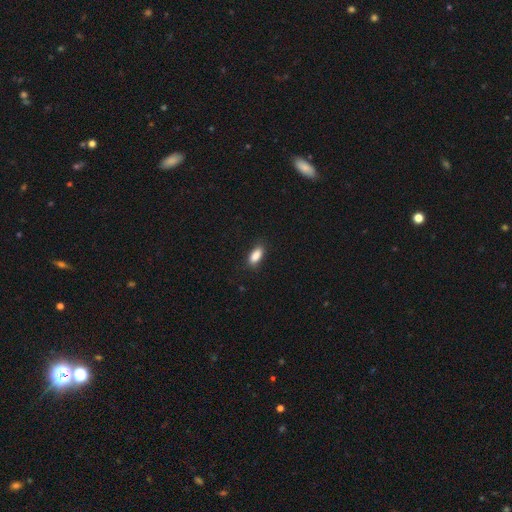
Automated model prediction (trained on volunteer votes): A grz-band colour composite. It shows a smooth galaxy with no disk features (88%) that is in between round and cigar-shaped (84%). Merging: none (84%).